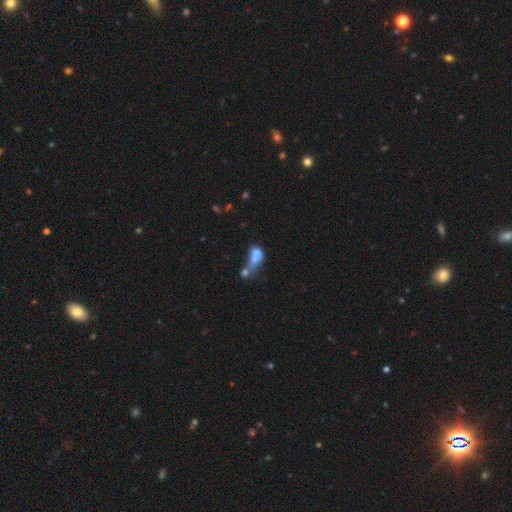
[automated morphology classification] Smooth or featured: smooth — 59% (featured or disk — 29%)
How rounded: in between — 71% (round — 22%)
Merging: merger — 63% (major disturbance — 15%)